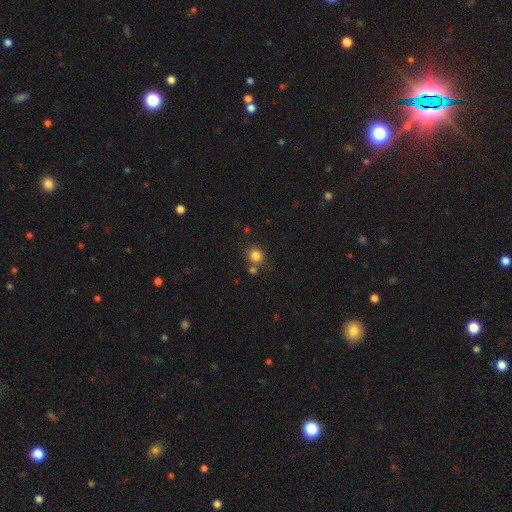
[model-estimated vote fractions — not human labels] Overall: smooth (83%). How rounded: round (82%). Merging: none (68%).